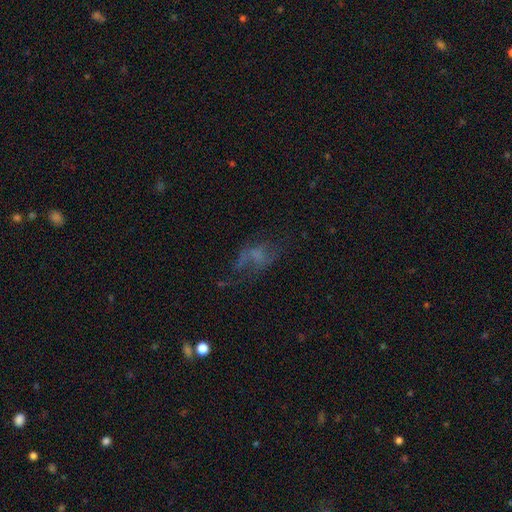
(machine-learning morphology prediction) smooth-or-featured: featured or disk: 45% | smooth: 32% | star or artifact: 23%
  merging: major disturbance: 39% | none: 37% | minor disturbance: 19% | merger: 5%